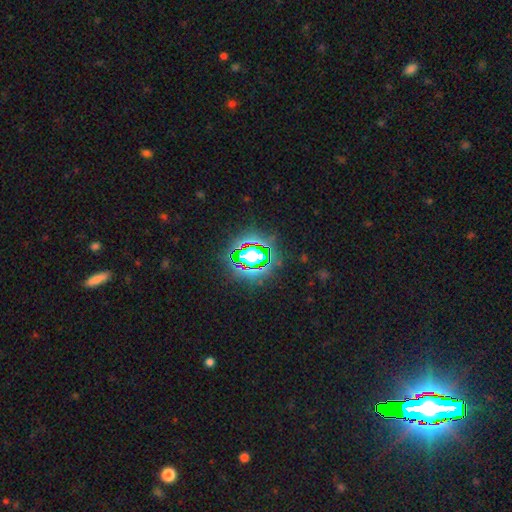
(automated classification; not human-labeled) smooth_or_featured: star or artifact (p=0.82) [alt: smooth p=0.11]